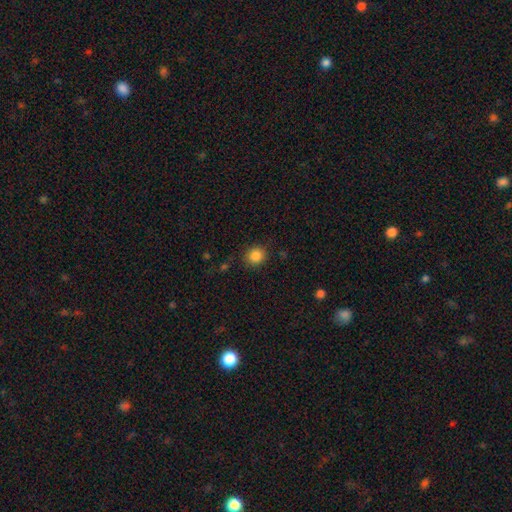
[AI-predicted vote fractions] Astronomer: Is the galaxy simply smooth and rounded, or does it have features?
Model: smooth — 85%.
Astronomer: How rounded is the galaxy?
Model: round — 84%.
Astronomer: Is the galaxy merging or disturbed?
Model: none — 86%.